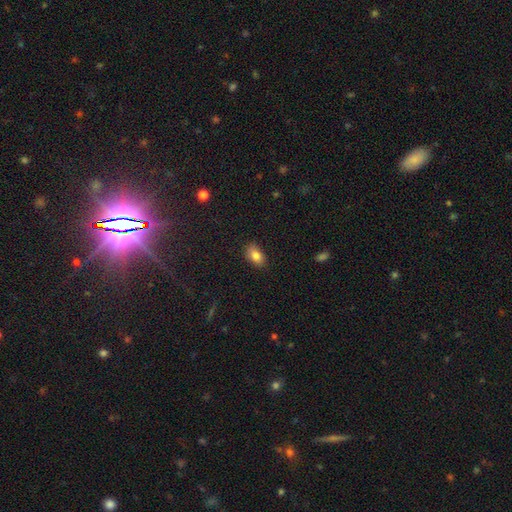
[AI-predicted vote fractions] Smooth or featured: smooth — 83% (star or artifact — 9%)
How rounded: in between — 89% (round — 9%)
Merging: none — 83% (minor disturbance — 13%)